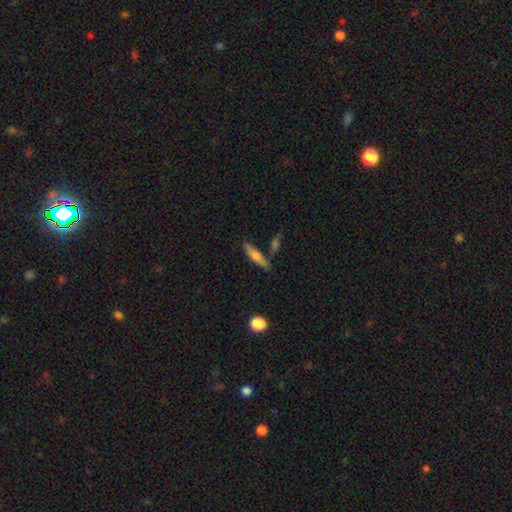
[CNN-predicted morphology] A smooth galaxy with no disk features (59%) that is cigar-shaped (73%).

Vote fractions:
- Smooth or featured? smooth: 59% / featured or disk: 33% / star or artifact: 7%
- How rounded? cigar-shaped: 73% / in between: 25% / round: 3%
- Merging? none: 67% / minor disturbance: 15% / merger: 14% / major disturbance: 4%